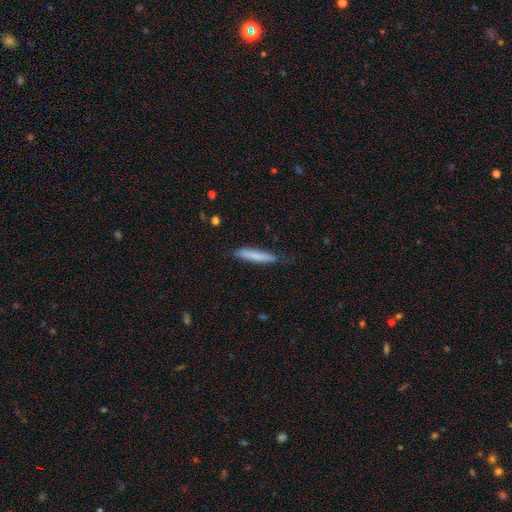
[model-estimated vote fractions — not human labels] The model was most divided on "merging": none: 76%, minor disturbance: 20%, major disturbance: 3%, merger: 1%. More confident: how rounded — cigar-shaped (92%); smooth or featured — smooth (79%).